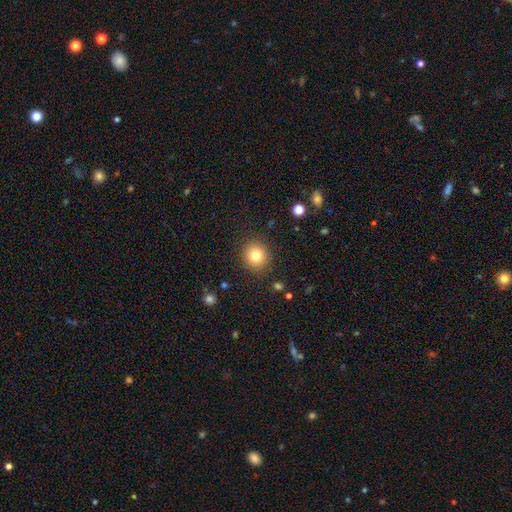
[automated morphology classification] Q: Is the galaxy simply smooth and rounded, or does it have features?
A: smooth — 80%.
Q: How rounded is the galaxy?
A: round — 86%.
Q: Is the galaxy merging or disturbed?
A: none — 89%.